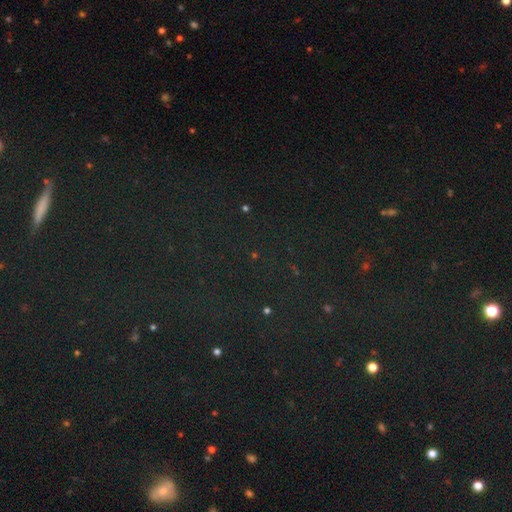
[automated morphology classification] Smooth or featured?
  - star or artifact: 76% *
  - smooth: 14%
  - featured or disk: 10%